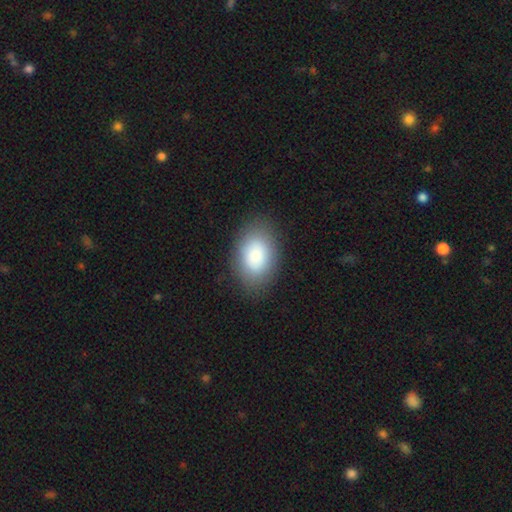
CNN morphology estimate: The model was most divided on "smooth or featured": smooth: 81%, featured or disk: 11%, star or artifact: 8%. More confident: how rounded — in between (85%); merging — none (83%).